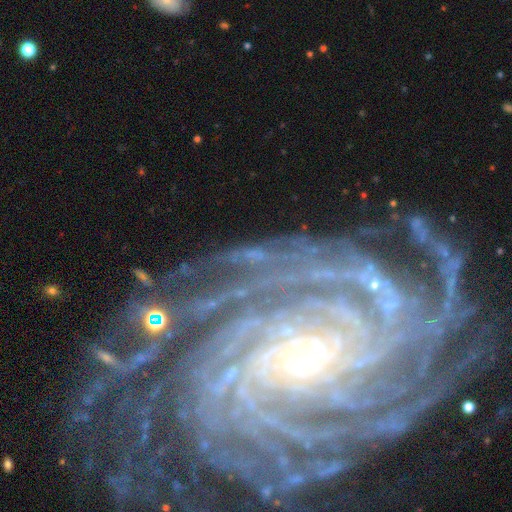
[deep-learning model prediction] This appears to be a featured or disk galaxy (69%) with no bar (37%), tight (76%) spiral arms (95%) and a small central bulge (64%). Merging: none (72%).